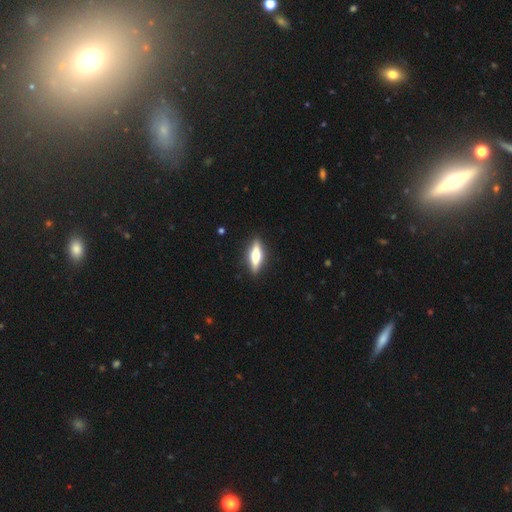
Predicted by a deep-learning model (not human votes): Morphology: type=featured or disk (56%); edge-on=yes (94%); edge-on bulge=rounded (89%); merging=none (89%).